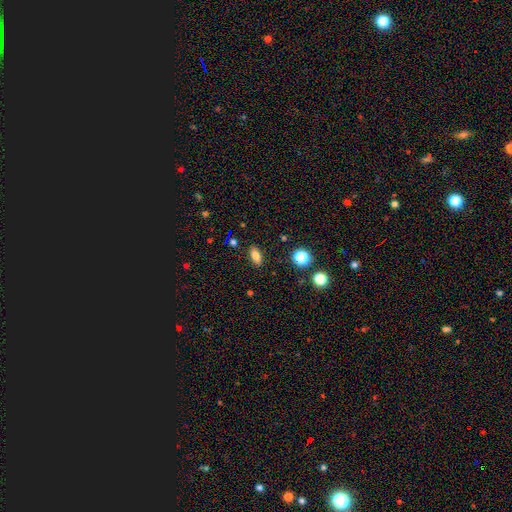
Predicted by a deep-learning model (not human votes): Smooth or featured? Predicted: smooth (p=0.80). How rounded? Predicted: in between (p=0.83). Merging? Predicted: none (p=0.88).